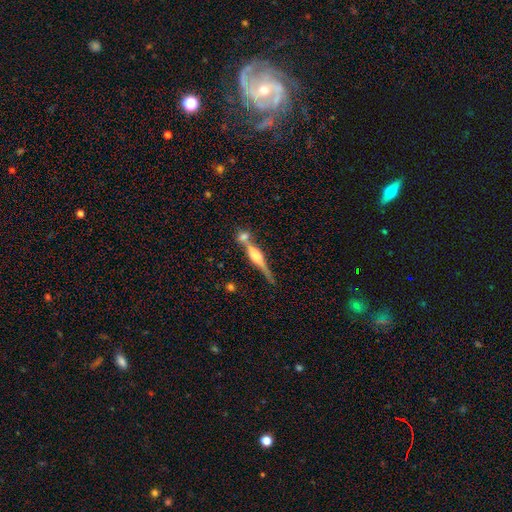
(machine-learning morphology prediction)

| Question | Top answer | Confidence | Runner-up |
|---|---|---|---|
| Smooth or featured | featured or disk | 77% | smooth (16%) |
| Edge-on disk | yes | 97% | no (3%) |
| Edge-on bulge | rounded | 81% | boxy (14%) |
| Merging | none | 63% | merger (21%) |